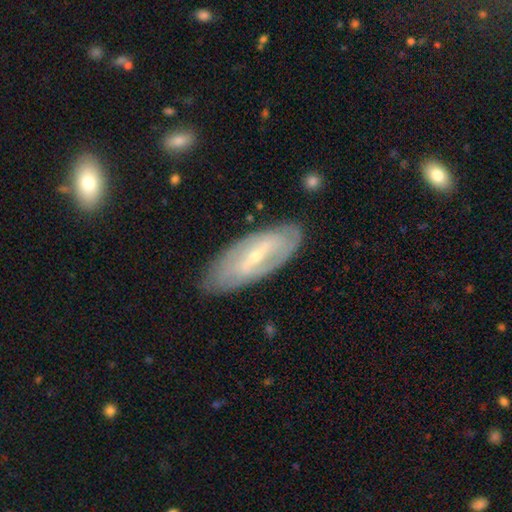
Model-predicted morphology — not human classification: Smooth or featured? Predicted: featured or disk (p=0.77). Edge-on disk? Predicted: no (p=0.86). Bar? Predicted: strong (p=0.52). Spiral arms? Predicted: yes (p=0.72). Bulge size? Predicted: small (p=0.68). Merging? Predicted: none (p=0.81).